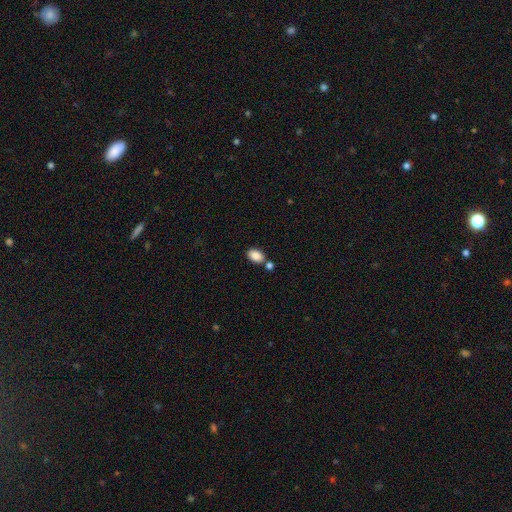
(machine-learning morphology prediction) Smooth or featured?
  - smooth: 87% *
  - star or artifact: 8%
  - featured or disk: 5%
How rounded?
  - in between: 86% *
  - round: 12%
  - cigar-shaped: 1%
Merging?
  - none: 68% *
  - merger: 18%
  - minor disturbance: 11%
  - major disturbance: 3%